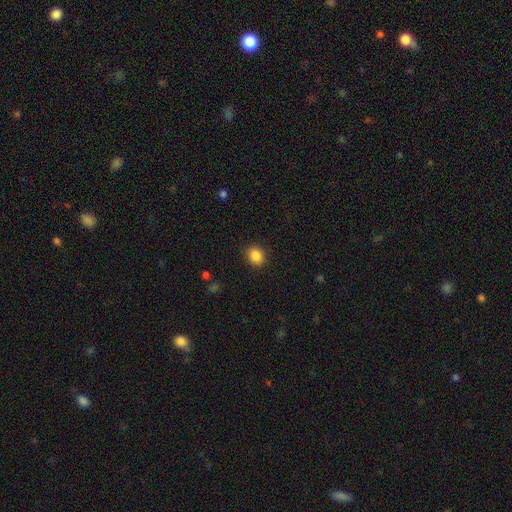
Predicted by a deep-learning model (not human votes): A smooth galaxy with no disk features (87%) that is round (59%). Merging: none (89%).